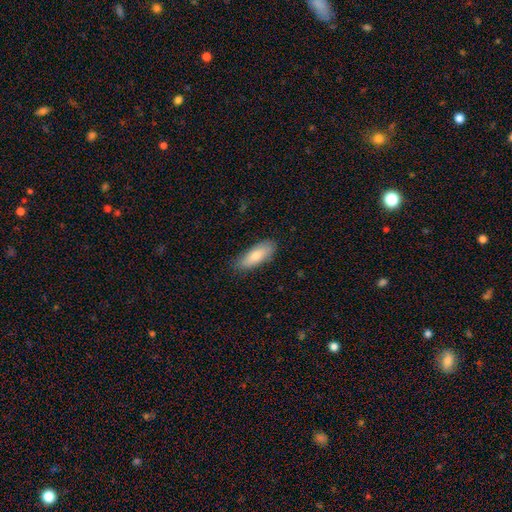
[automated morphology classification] The model was most divided on "how rounded": in between: 70%, cigar-shaped: 28%, round: 2%. More confident: merging — none (82%); smooth or featured — smooth (79%).